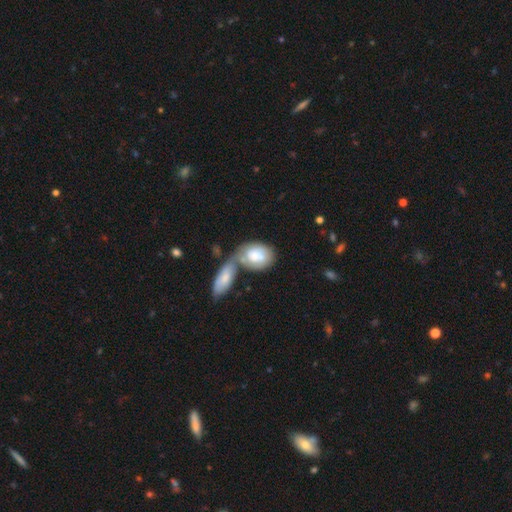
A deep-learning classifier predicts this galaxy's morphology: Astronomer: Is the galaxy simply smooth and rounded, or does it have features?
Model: smooth — 68%.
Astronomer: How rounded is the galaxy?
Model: in between — 80%.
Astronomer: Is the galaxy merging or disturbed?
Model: merger — 60%.